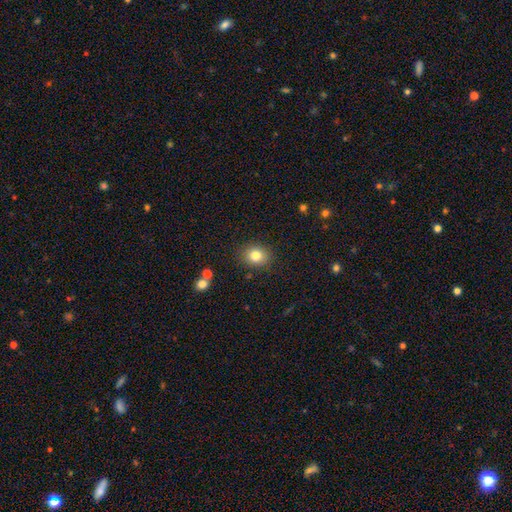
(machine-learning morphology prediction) smooth-or-featured: smooth: 81% | star or artifact: 11% | featured or disk: 8%
  how-rounded: round: 62% | in between: 37% | cigar-shaped: 1%
  merging: none: 87% | minor disturbance: 8% | major disturbance: 2% | merger: 2%